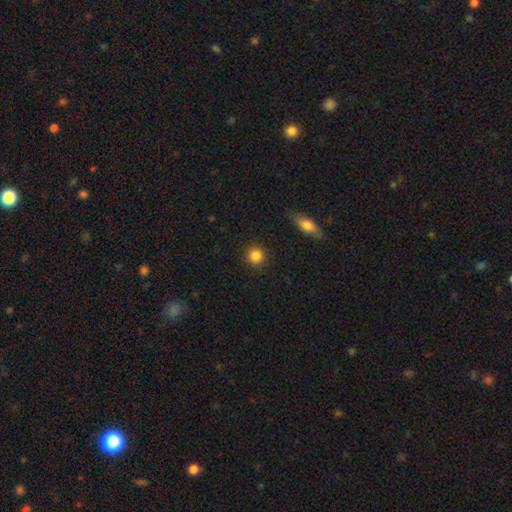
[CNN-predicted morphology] Smooth or featured?
  - smooth: 86% *
  - star or artifact: 9%
  - featured or disk: 4%
How rounded?
  - round: 93% *
  - in between: 6%
  - cigar-shaped: 1%
Merging?
  - none: 91% *
  - minor disturbance: 6%
  - major disturbance: 2%
  - merger: 1%